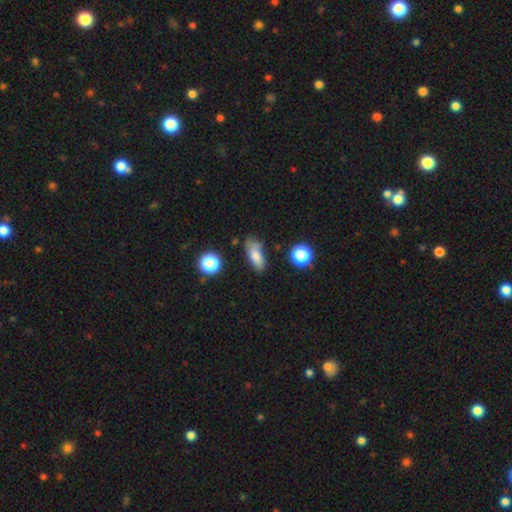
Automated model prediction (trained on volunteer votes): Smooth or featured: smooth — 73% (featured or disk — 16%)
How rounded: in between — 72% (cigar-shaped — 20%)
Merging: none — 63% (minor disturbance — 24%)